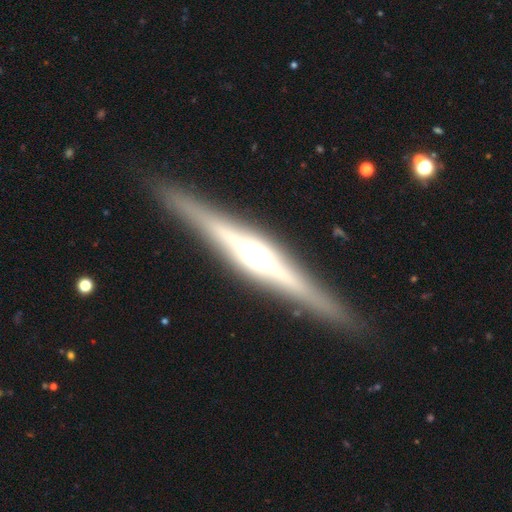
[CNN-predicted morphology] type=featured or disk (82%); edge-on=yes (98%); edge-on bulge=rounded (81%); merging=none (90%).